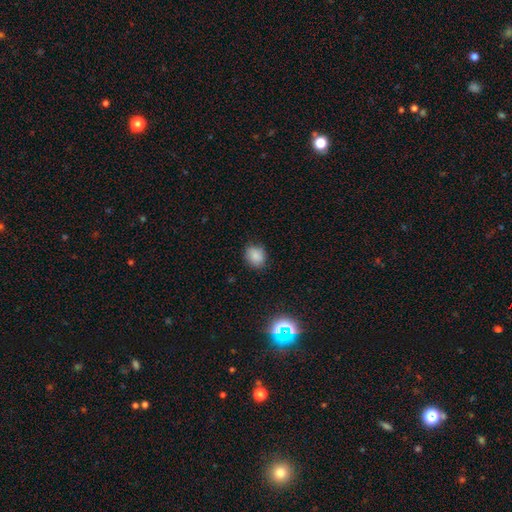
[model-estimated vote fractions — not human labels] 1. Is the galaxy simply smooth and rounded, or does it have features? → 82% smooth, 12% star or artifact, 7% featured or disk.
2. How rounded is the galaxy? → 62% round, 37% in between, 1% cigar-shaped.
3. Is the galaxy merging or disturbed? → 81% none, 15% minor disturbance, 3% major disturbance, 1% merger.